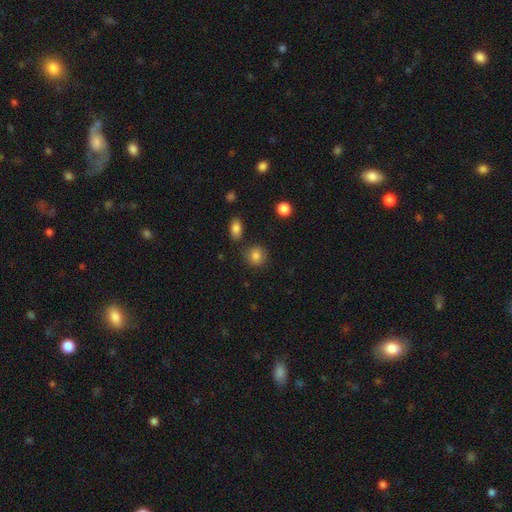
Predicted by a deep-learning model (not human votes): Overall: smooth (84%). How rounded: round (79%). Merging: none (79%).